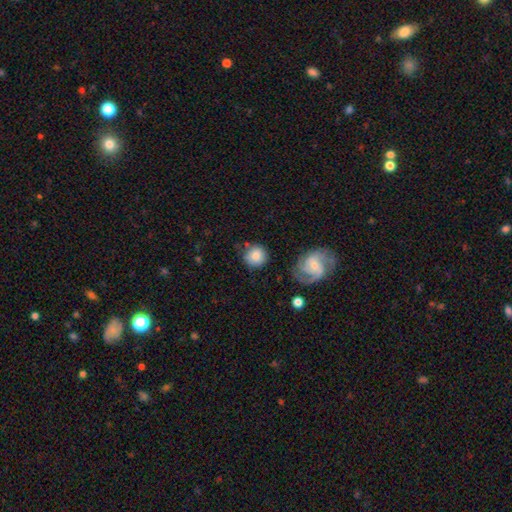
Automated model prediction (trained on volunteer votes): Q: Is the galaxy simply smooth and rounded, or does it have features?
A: smooth — 77%.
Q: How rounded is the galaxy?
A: round — 88%.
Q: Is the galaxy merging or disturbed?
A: none — 72%.